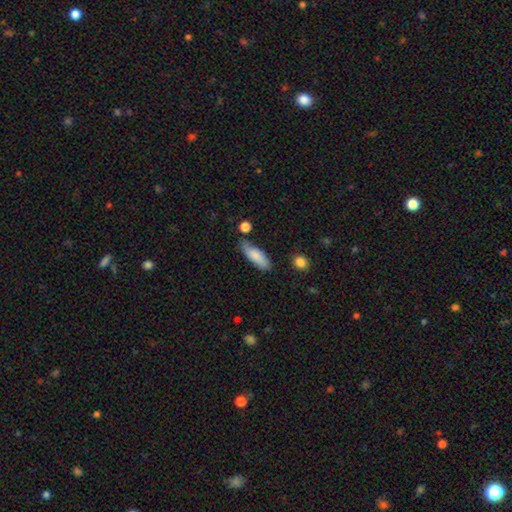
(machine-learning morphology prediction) Smooth or featured? Predicted: smooth (p=0.81). How rounded? Predicted: in between (p=0.66). Merging? Predicted: none (p=0.69).